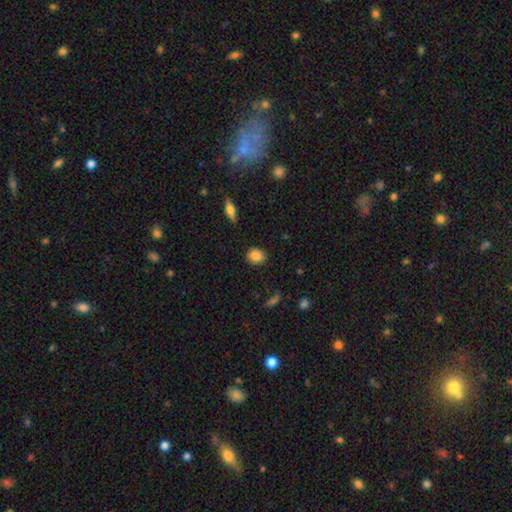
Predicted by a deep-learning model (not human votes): Morphology: type=smooth (86%); roundness=round (61%); merging=none (88%).